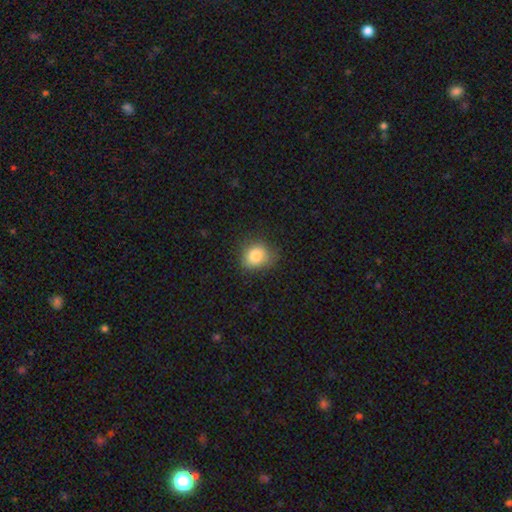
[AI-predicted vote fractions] This appears to be a smooth galaxy with no disk features (83%) that is round (69%). Merging: none (72%).